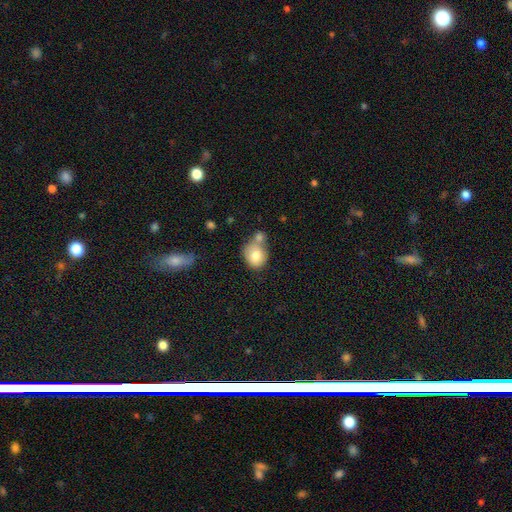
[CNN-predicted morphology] This is likely a smooth galaxy (78%). How rounded: likely round (64%). Merging: marginally merger (42%).